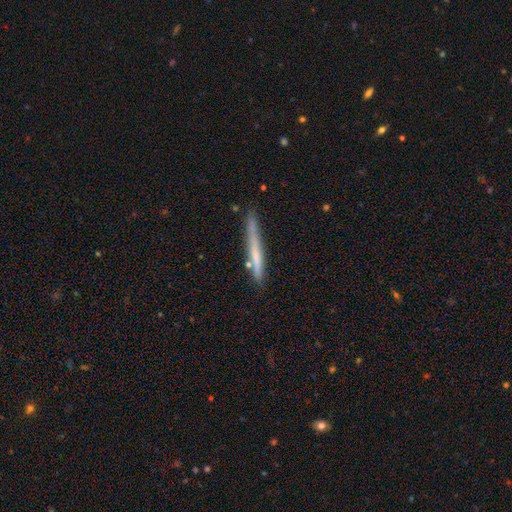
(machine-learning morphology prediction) A smooth galaxy with no disk features (53%) that is cigar-shaped (96%). Merging: none (76%).